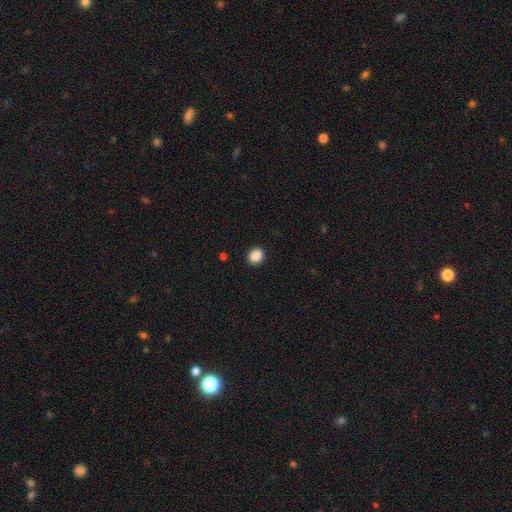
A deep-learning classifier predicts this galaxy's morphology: The model was most divided on "how rounded": round: 73%, in between: 26%, cigar-shaped: 1%. More confident: merging — none (92%); smooth or featured — smooth (88%).